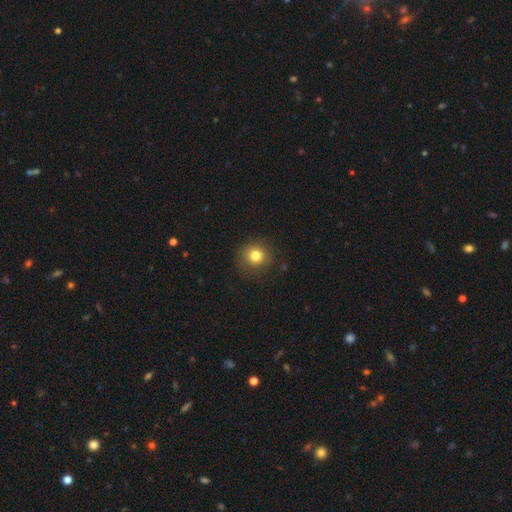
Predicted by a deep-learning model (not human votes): A smooth galaxy with no disk features (81%) that is round (90%). Merging: none (86%).